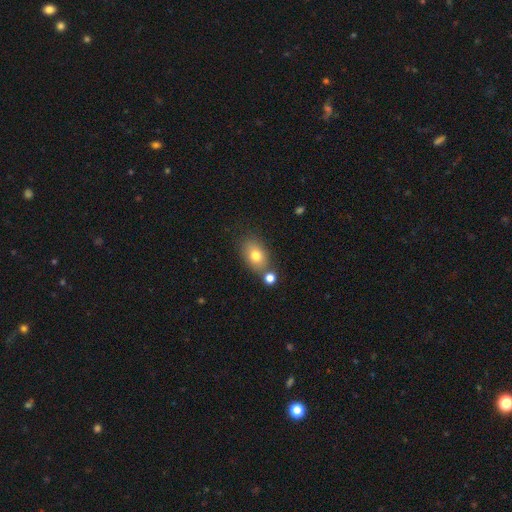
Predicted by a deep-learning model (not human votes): Q: Smooth or featured?
A: smooth (77%); runner-up: featured or disk (13%)
Q: How rounded?
A: in between (77%); runner-up: round (21%)
Q: Merging?
A: none (66%); runner-up: merger (16%)